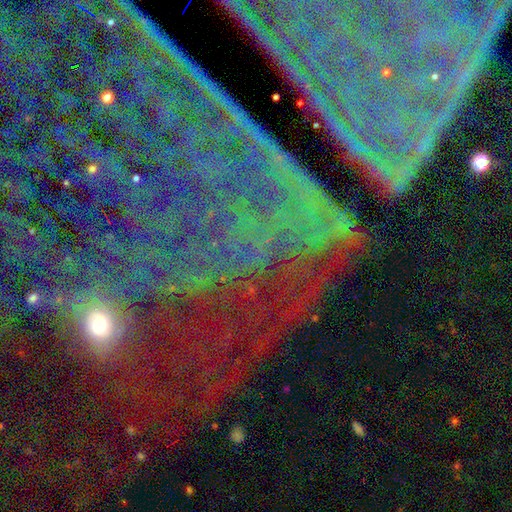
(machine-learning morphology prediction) type=star or artifact (82%).